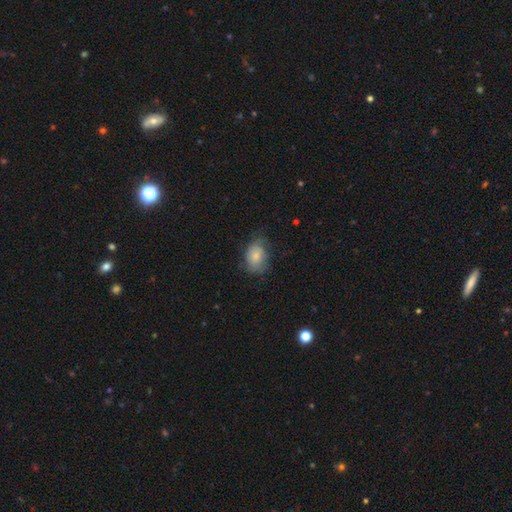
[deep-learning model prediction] Overall: smooth (69%). How rounded: in between (75%). Merging: none (50%; minor disturbance 33%).